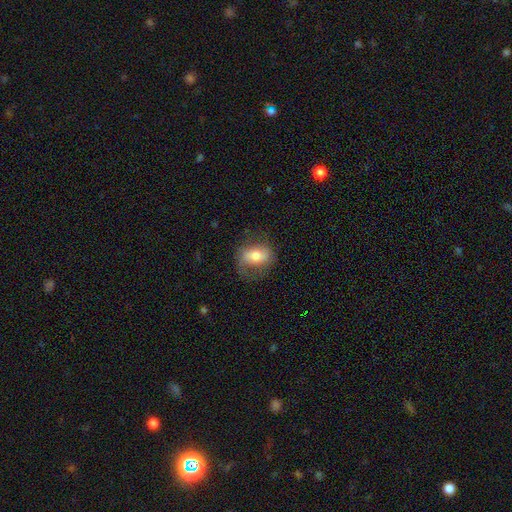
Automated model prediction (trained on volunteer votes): Smooth or featured? smooth (54%)
How rounded? in between (76%)
Merging? none (61%)